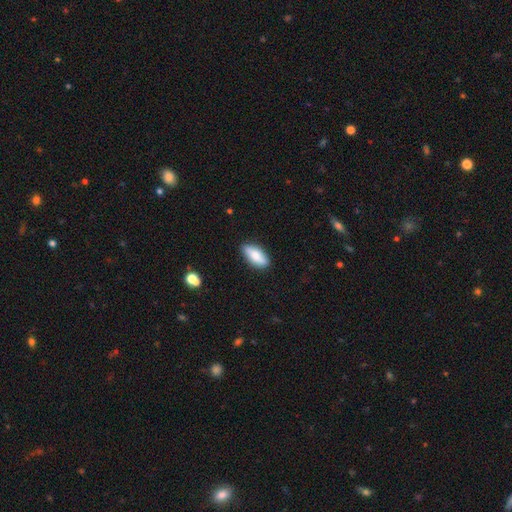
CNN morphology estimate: Smooth or featured? smooth (74%)
How rounded? in between (81%)
Merging? none (87%)